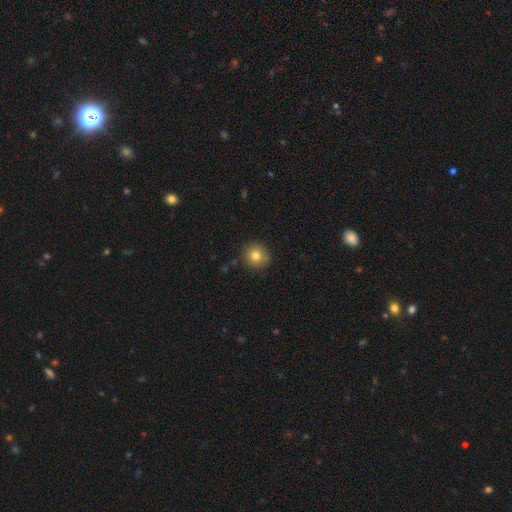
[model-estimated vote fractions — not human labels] This is likely a smooth galaxy (79%). How rounded: clearly round (92%). Merging: clearly none (87%).